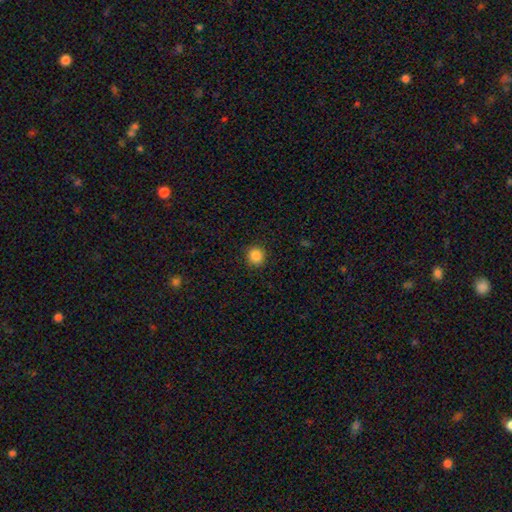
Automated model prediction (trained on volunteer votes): Overall: smooth (86%). How rounded: round (91%). Merging: none (91%).